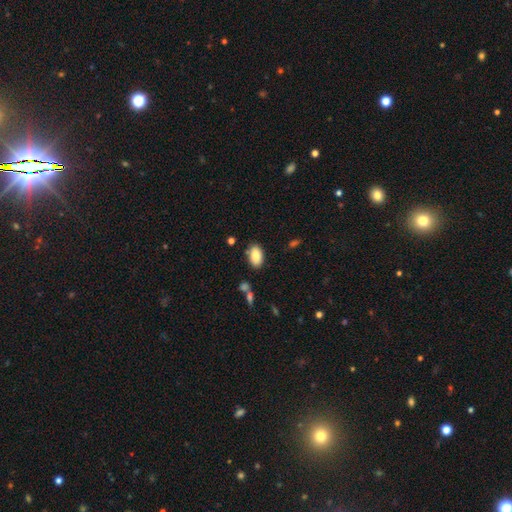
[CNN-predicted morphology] Smooth or featured? smooth (83%)
How rounded? in between (93%)
Merging? none (82%)